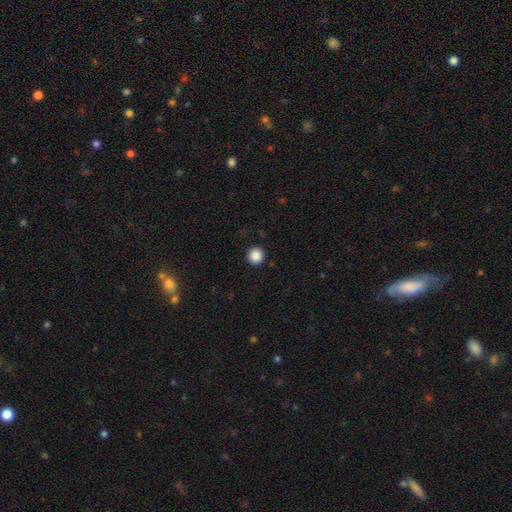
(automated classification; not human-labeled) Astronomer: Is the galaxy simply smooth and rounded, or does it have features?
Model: smooth — 88%.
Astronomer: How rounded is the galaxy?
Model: round — 96%.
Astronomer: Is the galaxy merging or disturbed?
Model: none — 93%.